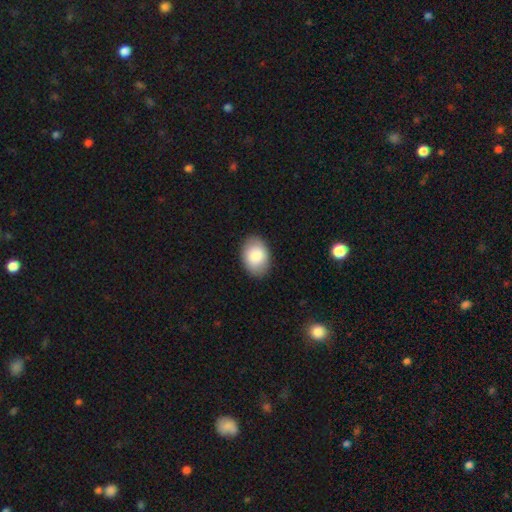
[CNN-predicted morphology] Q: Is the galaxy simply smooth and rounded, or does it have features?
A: smooth — 86%.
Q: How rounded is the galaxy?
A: in between — 81%.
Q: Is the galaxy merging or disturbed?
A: none — 87%.